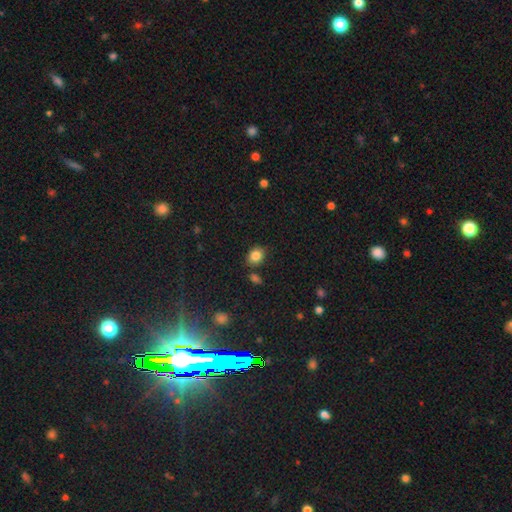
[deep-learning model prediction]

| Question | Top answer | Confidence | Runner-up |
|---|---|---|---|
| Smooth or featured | smooth | 84% | star or artifact (10%) |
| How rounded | round | 51% | in between (48%) |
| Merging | none | 78% | minor disturbance (13%) |